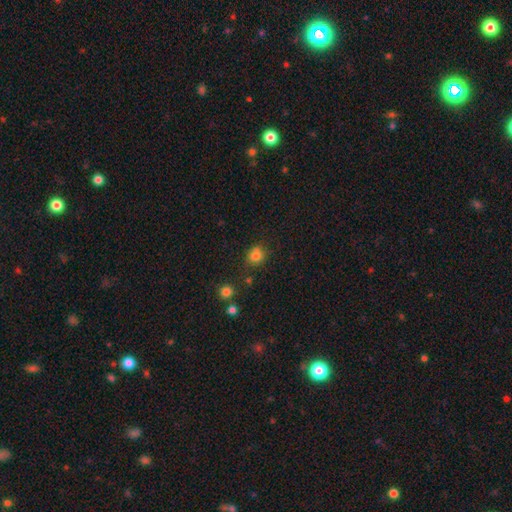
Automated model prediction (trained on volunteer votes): A smooth galaxy with no disk features (79%) that is round (76%). Merging: none (66%).